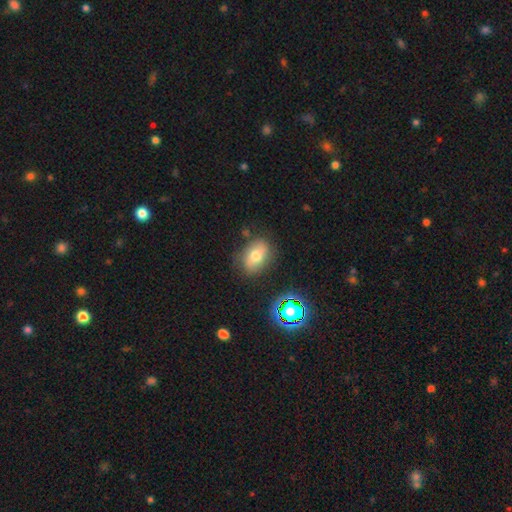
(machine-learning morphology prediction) A smooth galaxy with no disk features (62%) that is in between round and cigar-shaped (77%). Merging: none (75%).